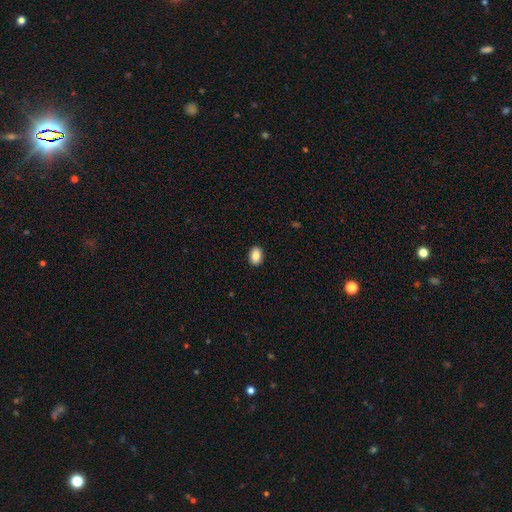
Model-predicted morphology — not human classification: A smooth galaxy with no disk features (86%) that is in between round and cigar-shaped (83%).

Vote fractions:
- Smooth or featured? smooth: 86% / star or artifact: 8% / featured or disk: 6%
- How rounded? in between: 83% / round: 15% / cigar-shaped: 1%
- Merging? none: 90% / minor disturbance: 7% / major disturbance: 2% / merger: 1%